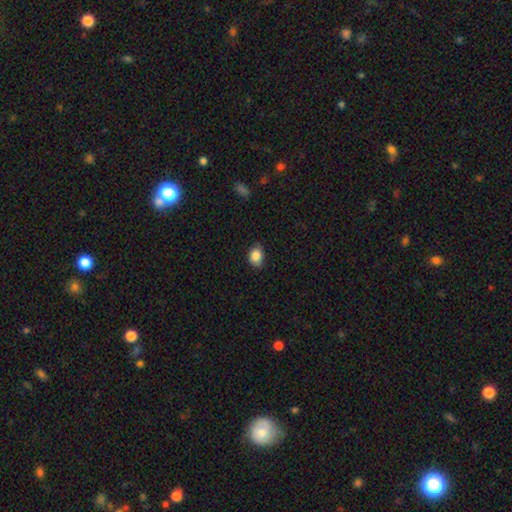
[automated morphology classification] Q: Smooth or featured?
A: smooth (86%); runner-up: star or artifact (9%)
Q: How rounded?
A: in between (64%); runner-up: round (35%)
Q: Merging?
A: none (77%); runner-up: minor disturbance (19%)